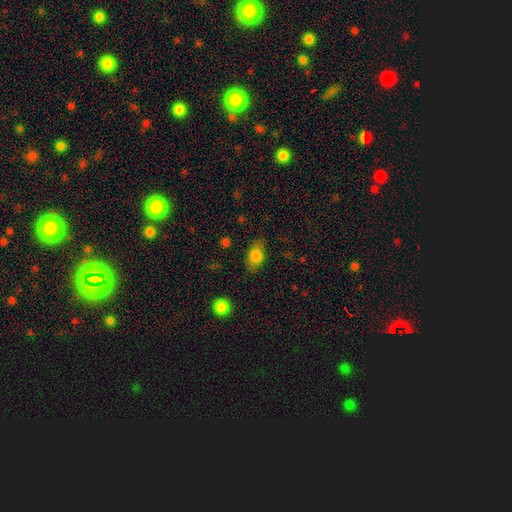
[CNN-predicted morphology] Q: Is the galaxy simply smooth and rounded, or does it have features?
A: smooth — 80%.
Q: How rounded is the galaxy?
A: in between — 82%.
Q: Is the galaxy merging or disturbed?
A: none — 76%.